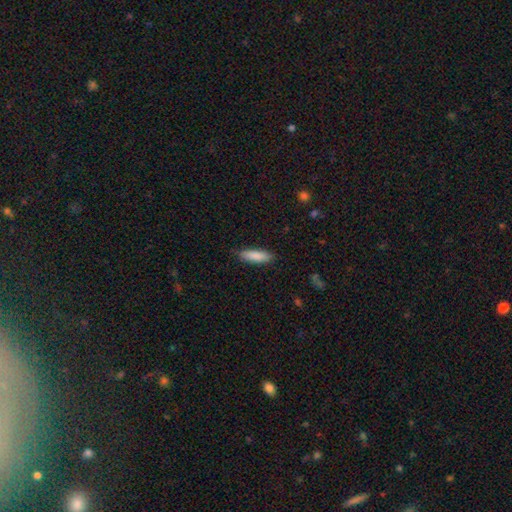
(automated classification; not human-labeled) Smooth or featured? Predicted: smooth (p=0.87). How rounded? Predicted: cigar-shaped (p=0.57). Merging? Predicted: none (p=0.87).